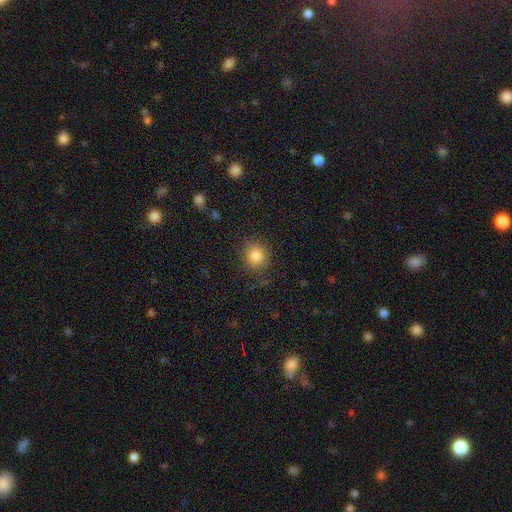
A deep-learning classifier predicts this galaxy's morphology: Smooth or featured?
  - smooth: 84% *
  - star or artifact: 10%
  - featured or disk: 5%
How rounded?
  - round: 84% *
  - in between: 15%
  - cigar-shaped: 1%
Merging?
  - none: 83% *
  - minor disturbance: 12%
  - major disturbance: 4%
  - merger: 1%